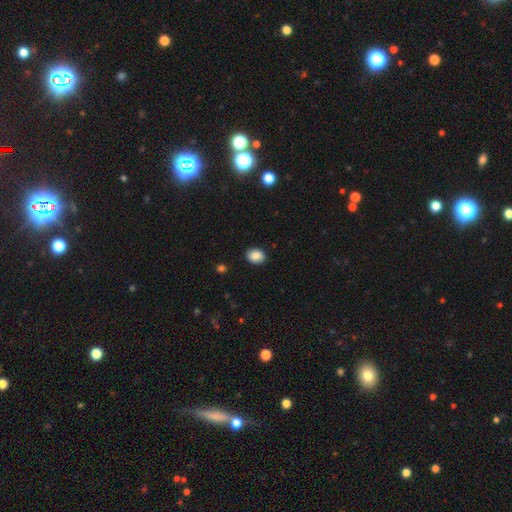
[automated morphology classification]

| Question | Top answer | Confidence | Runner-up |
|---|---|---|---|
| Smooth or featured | smooth | 88% | star or artifact (8%) |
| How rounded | in between | 55% | round (44%) |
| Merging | none | 89% | minor disturbance (8%) |